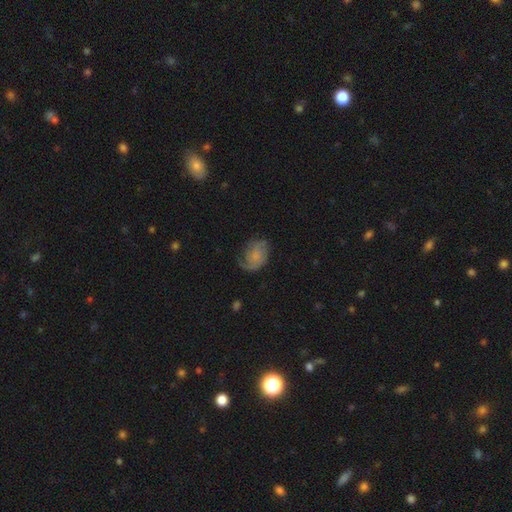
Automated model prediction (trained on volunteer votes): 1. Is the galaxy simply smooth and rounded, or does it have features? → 52% featured or disk, 39% smooth, 9% star or artifact.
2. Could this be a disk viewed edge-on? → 97% no, 3% yes.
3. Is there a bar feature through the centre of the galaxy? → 73% no, 23% weak, 3% strong.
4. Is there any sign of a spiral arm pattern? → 86% yes, 14% no.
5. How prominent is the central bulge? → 39% none, 34% small, 20% moderate, 6% large, 2% dominant.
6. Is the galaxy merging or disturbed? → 55% none, 26% minor disturbance, 18% major disturbance, 2% merger.